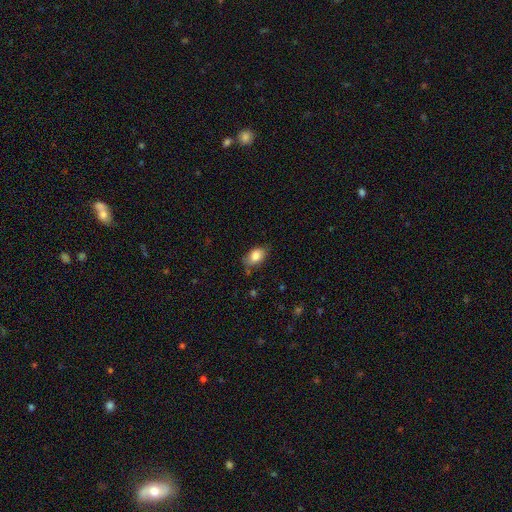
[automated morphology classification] The model was most divided on "merging": none: 69%, minor disturbance: 24%, major disturbance: 5%, merger: 2%. More confident: how rounded — in between (86%); smooth or featured — smooth (83%).